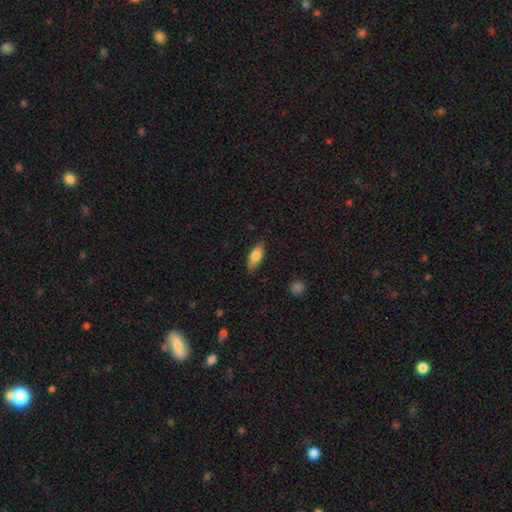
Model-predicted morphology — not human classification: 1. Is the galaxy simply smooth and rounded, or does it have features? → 79% smooth, 15% featured or disk, 6% star or artifact.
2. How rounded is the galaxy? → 75% in between, 23% cigar-shaped, 2% round.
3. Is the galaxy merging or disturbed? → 84% none, 12% minor disturbance, 2% major disturbance, 1% merger.